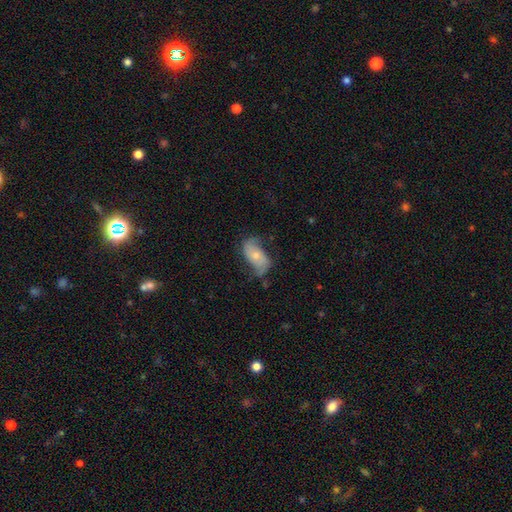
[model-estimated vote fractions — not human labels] Smooth or featured: featured or disk — 57% (smooth — 36%)
Edge-on disk: no — 94% (yes — 6%)
Bar: no — 71% (weak — 22%)
Spiral arms: yes — 82% (no — 18%)
Bulge size: small — 53% (moderate — 41%)
Merging: none — 57% (minor disturbance — 28%)